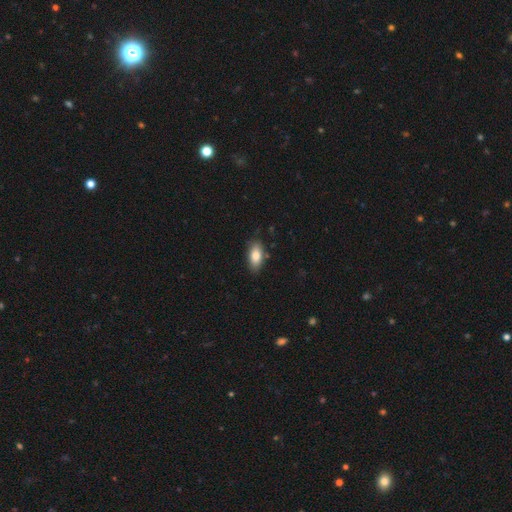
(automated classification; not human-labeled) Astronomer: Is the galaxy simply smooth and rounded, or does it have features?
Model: smooth — 82%.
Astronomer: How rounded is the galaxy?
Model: in between — 89%.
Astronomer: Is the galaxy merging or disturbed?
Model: none — 82%.